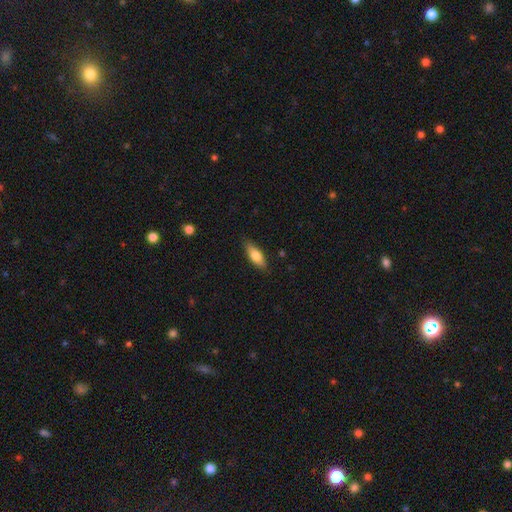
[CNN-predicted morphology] Smooth or featured? smooth (75%)
How rounded? in between (67%)
Merging? none (85%)